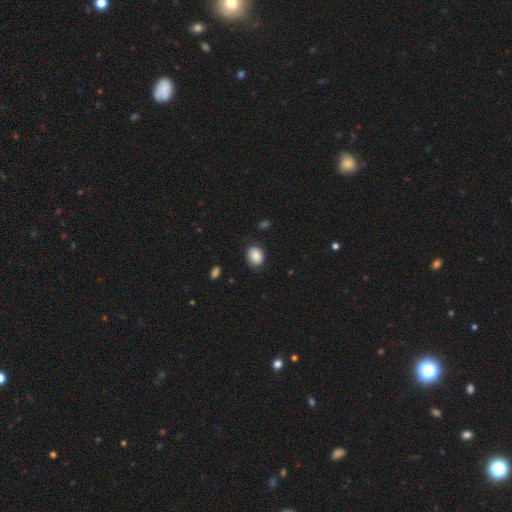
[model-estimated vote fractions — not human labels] Smooth or featured? Predicted: smooth (p=0.85). How rounded? Predicted: in between (p=0.53). Merging? Predicted: none (p=0.75).